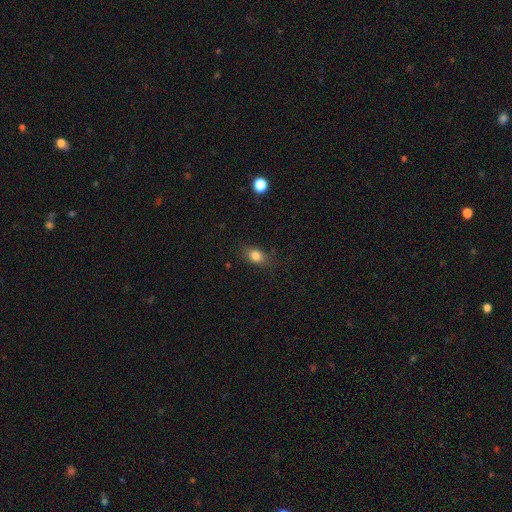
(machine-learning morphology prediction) Smooth or featured?
  - smooth: 82% *
  - star or artifact: 10%
  - featured or disk: 8%
How rounded?
  - in between: 76% *
  - round: 20%
  - cigar-shaped: 4%
Merging?
  - none: 80% *
  - minor disturbance: 15%
  - major disturbance: 4%
  - merger: 1%